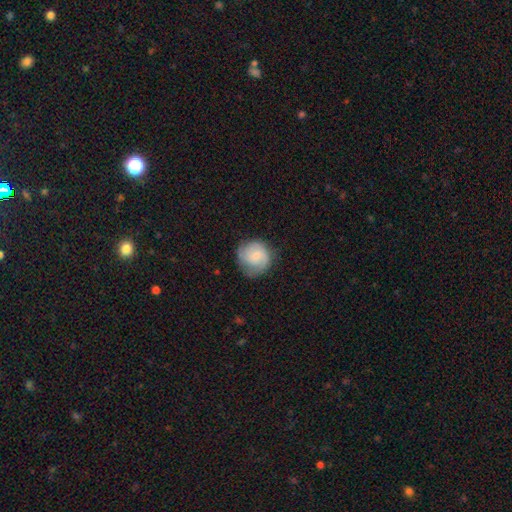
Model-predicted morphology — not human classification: A smooth galaxy with no disk features (51%) that is round (89%). Merging: none (69%).